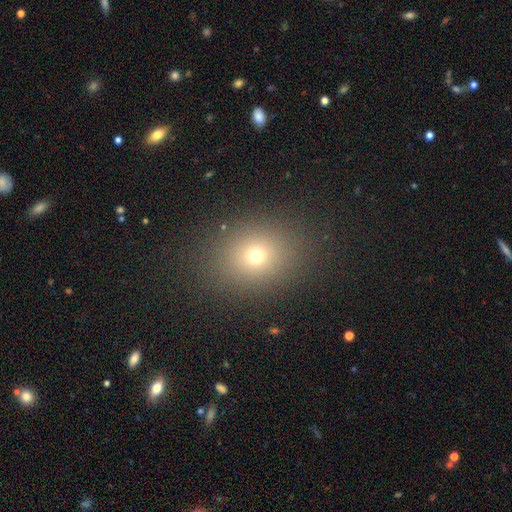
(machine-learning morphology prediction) Q: Smooth or featured?
A: smooth (69%); runner-up: star or artifact (20%)
Q: How rounded?
A: round (52%); runner-up: in between (47%)
Q: Merging?
A: none (87%); runner-up: minor disturbance (8%)